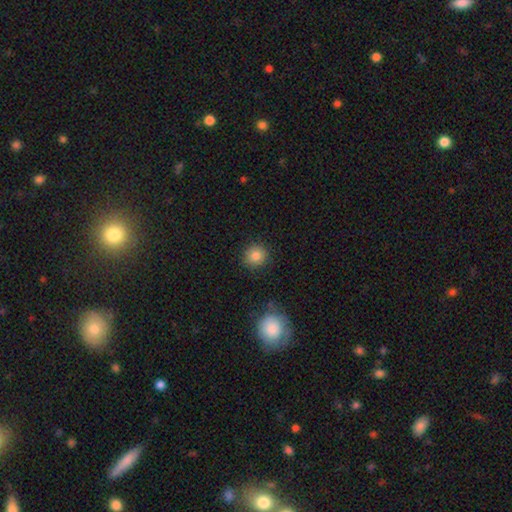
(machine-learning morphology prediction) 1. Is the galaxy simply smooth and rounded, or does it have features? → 82% smooth, 11% star or artifact, 7% featured or disk.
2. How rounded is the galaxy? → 91% round, 8% in between, 1% cigar-shaped.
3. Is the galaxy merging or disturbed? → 89% none, 7% minor disturbance, 2% major disturbance, 2% merger.